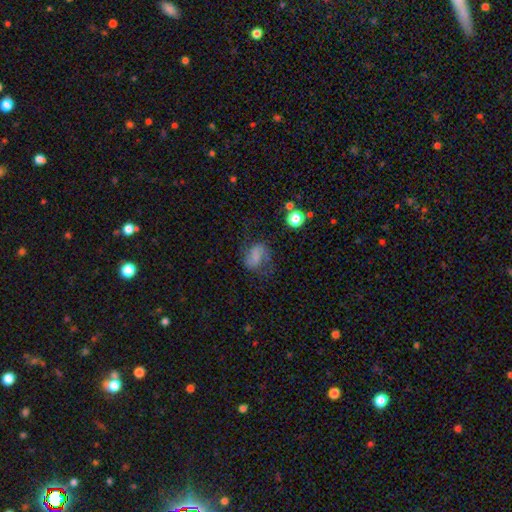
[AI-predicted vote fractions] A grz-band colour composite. It shows a smooth galaxy with no disk features (44%). Merging: none (50%).